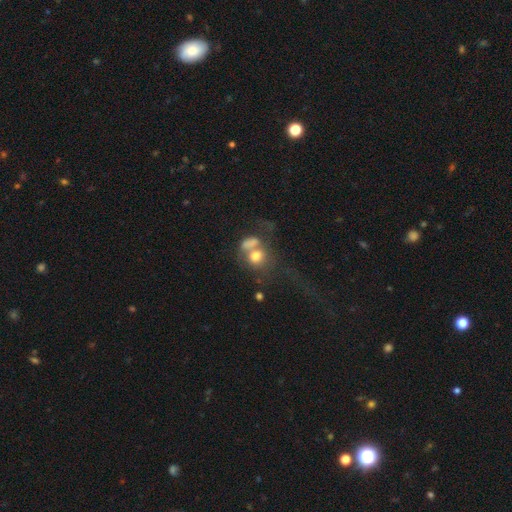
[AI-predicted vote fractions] Smooth or featured?
  - smooth: 67% *
  - featured or disk: 22%
  - star or artifact: 12%
How rounded?
  - round: 60% *
  - in between: 38%
  - cigar-shaped: 2%
Merging?
  - merger: 51% *
  - none: 23%
  - major disturbance: 16%
  - minor disturbance: 10%